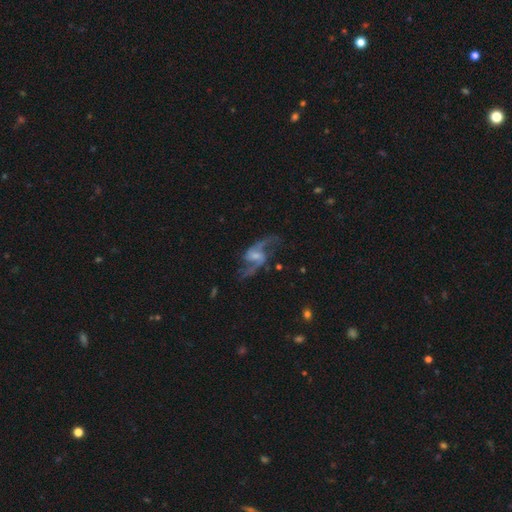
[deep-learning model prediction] The model was most divided on "bulge size": small: 42%, moderate: 30%, none: 22%, large: 6%, dominant: 1%. More confident: edge-on disk — no (97%); spiral arms — yes (96%); spiral arm count — 2 (93%); smooth or featured — featured or disk (89%); spiral winding — loose (68%); merging — none (68%); bar — weak (54%).